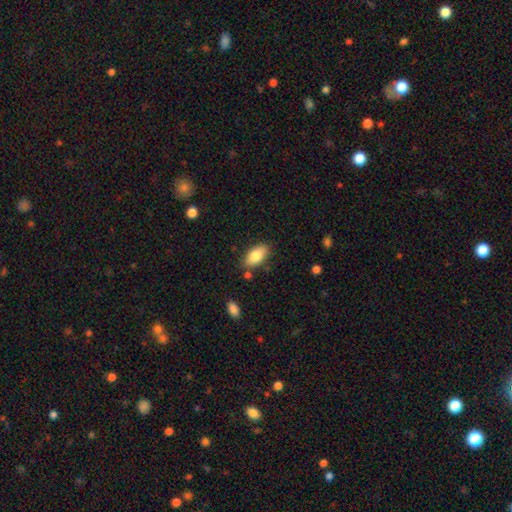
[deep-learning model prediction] Smooth or featured? smooth (82%)
How rounded? in between (92%)
Merging? none (80%)